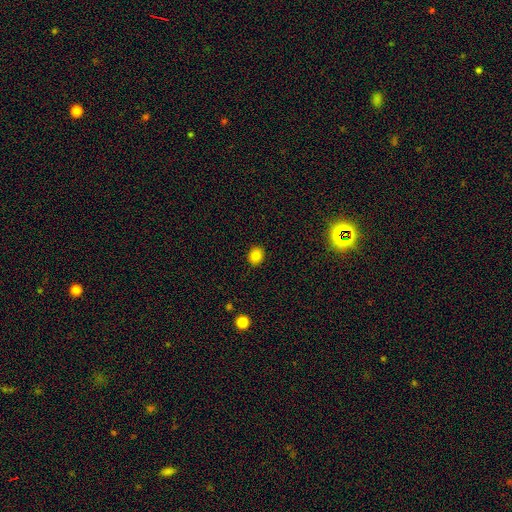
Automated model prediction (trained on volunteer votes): Overall: smooth (83%). How rounded: round (59%; in between 40%). Merging: none (90%).